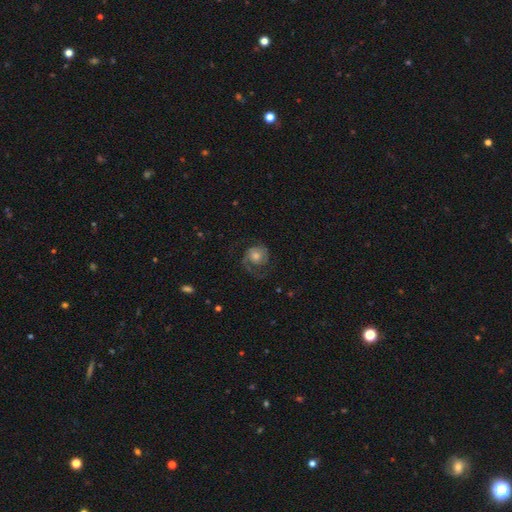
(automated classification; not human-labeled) Smooth or featured: featured or disk — 76% (smooth — 17%)
Edge-on disk: no — 98% (yes — 2%)
Bar: no — 74% (weak — 22%)
Spiral arms: yes — 94% (no — 6%)
Spiral winding: medium — 43% (tight — 38%)
Spiral arm count: 2 — 63% (1 — 24%)
Bulge size: moderate — 57% (small — 24%)
Merging: none — 65% (major disturbance — 18%)